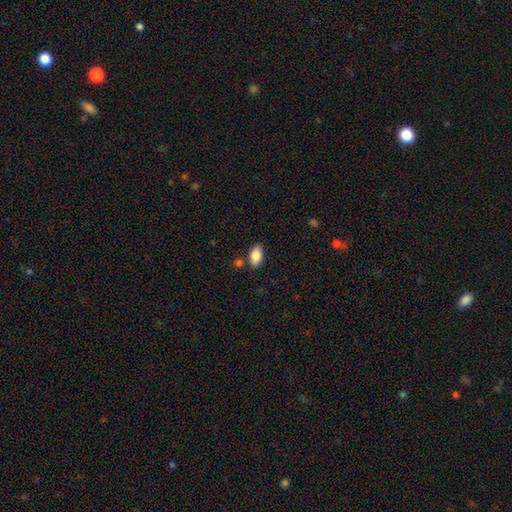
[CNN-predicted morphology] Smooth or featured? Predicted: smooth (p=0.85). How rounded? Predicted: in between (p=0.92). Merging? Predicted: none (p=0.80).